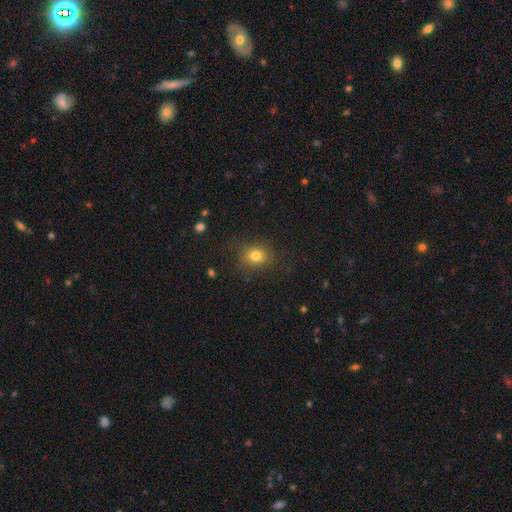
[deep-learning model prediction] smooth_or_featured: smooth (p=0.79) [alt: star or artifact p=0.13]
how_rounded: round (p=0.67) [alt: in between p=0.32]
merging: none (p=0.82) [alt: minor disturbance p=0.12]